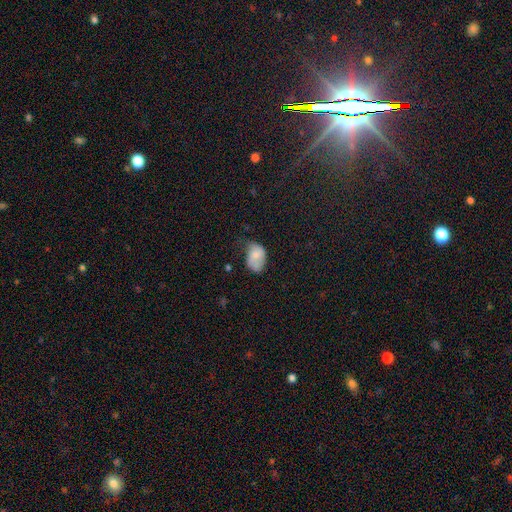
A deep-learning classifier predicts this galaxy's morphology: Q: Smooth or featured?
A: smooth (76%); runner-up: featured or disk (16%)
Q: How rounded?
A: in between (85%); runner-up: round (14%)
Q: Merging?
A: minor disturbance (44%); runner-up: none (34%)